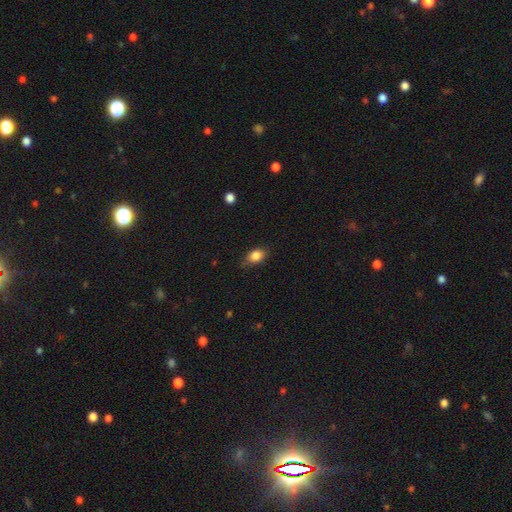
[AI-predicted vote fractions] Q: Smooth or featured?
A: smooth (85%); runner-up: star or artifact (9%)
Q: How rounded?
A: in between (74%); runner-up: round (24%)
Q: Merging?
A: none (75%); runner-up: minor disturbance (20%)